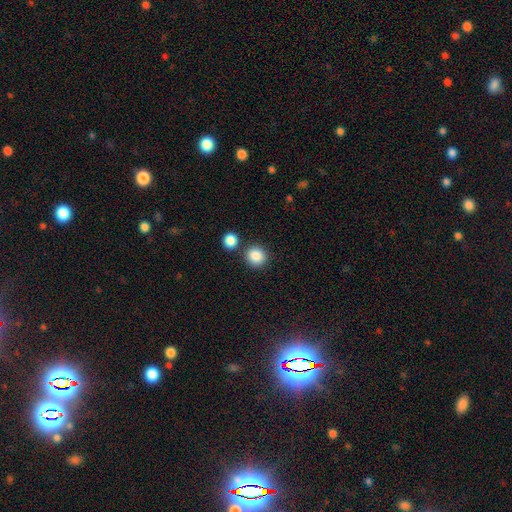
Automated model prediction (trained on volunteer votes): This is clearly a smooth galaxy (87%). How rounded: clearly round (91%). Merging: clearly none (81%).